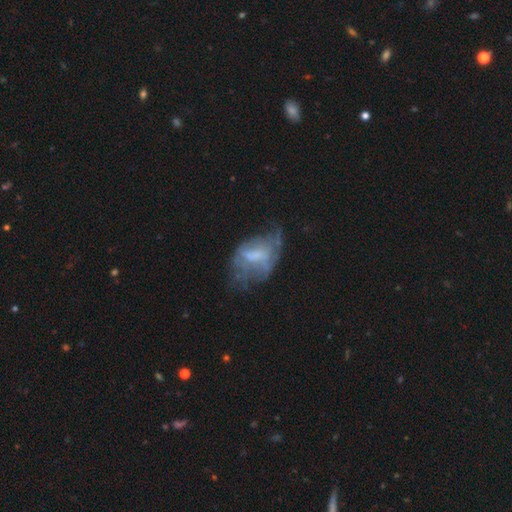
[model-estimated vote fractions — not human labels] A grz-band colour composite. It shows a featured or disk galaxy (57%) with no bar (51%), no spiral arms (64%) and no central bulge (34%). Merging: major disturbance (38%).